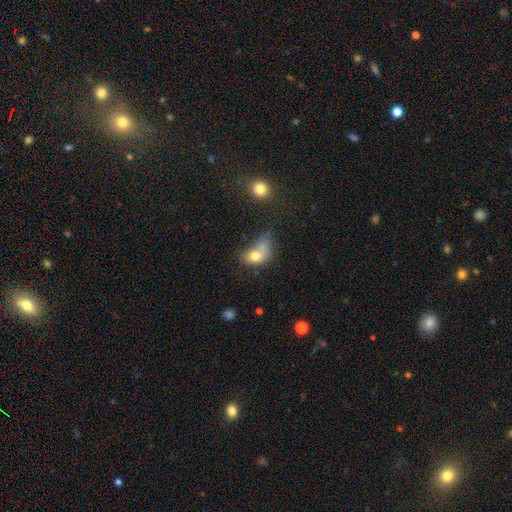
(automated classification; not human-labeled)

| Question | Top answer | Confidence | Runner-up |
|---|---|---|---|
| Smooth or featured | smooth | 74% | featured or disk (16%) |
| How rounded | in between | 74% | round (24%) |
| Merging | merger | 34% | none (23%) |